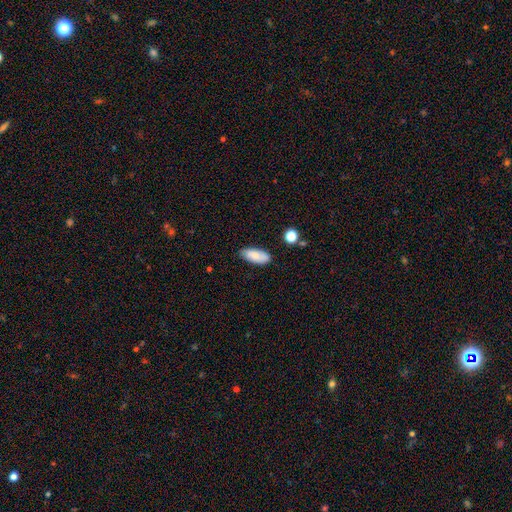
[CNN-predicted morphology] Smooth or featured? smooth (80%)
How rounded? in between (87%)
Merging? none (78%)